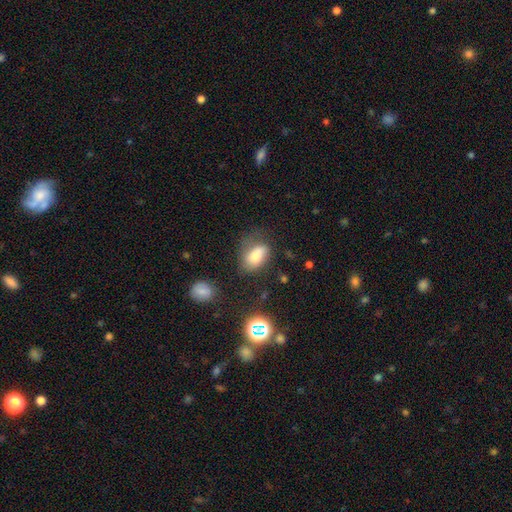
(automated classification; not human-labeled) Overall: smooth (74%). How rounded: in between (87%). Merging: none (49%; minor disturbance 30%).